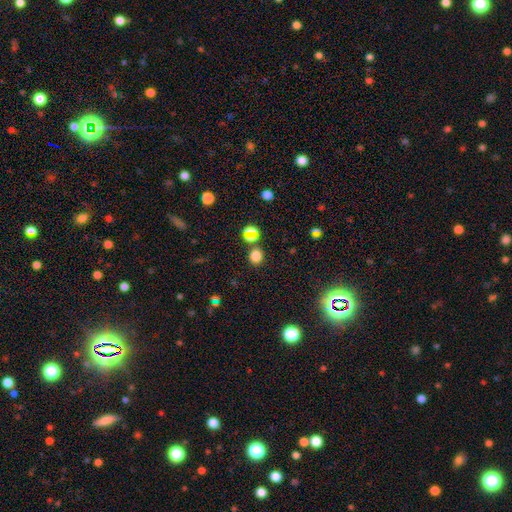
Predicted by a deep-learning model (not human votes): Q: Smooth or featured?
A: smooth (74%); runner-up: star or artifact (20%)
Q: How rounded?
A: round (69%); runner-up: in between (30%)
Q: Merging?
A: none (73%); runner-up: merger (15%)